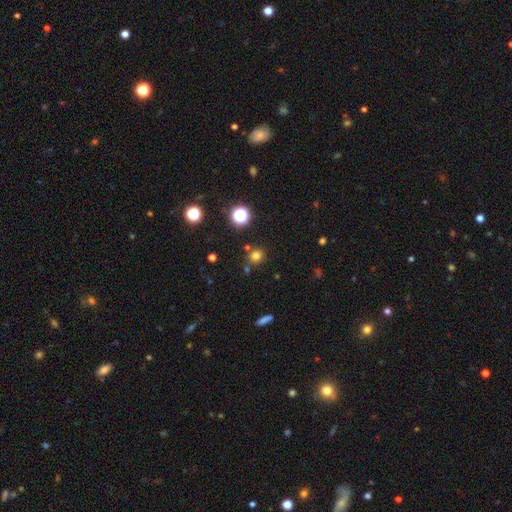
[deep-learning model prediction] Smooth or featured? Predicted: smooth (p=0.74). How rounded? Predicted: round (p=0.86). Merging? Predicted: none (p=0.79).